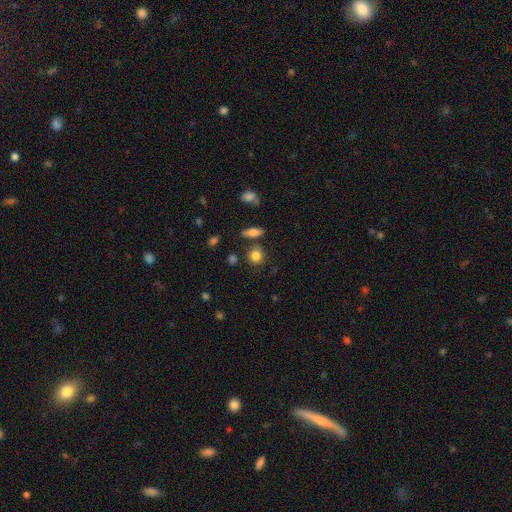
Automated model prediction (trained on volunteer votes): Morphology: type=smooth (82%); roundness=round (82%); merging=none (77%).